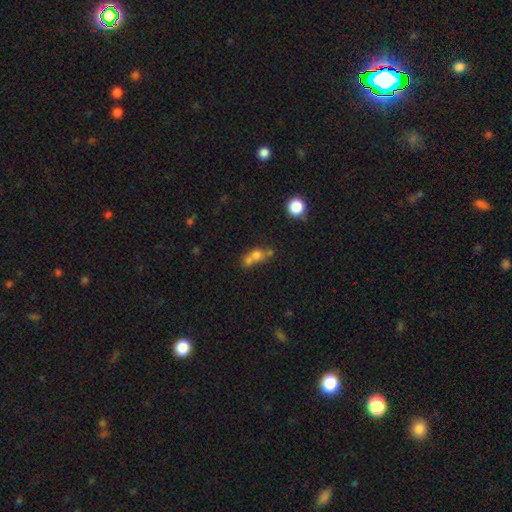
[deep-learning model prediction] The model was most divided on "how rounded": round: 60%, in between: 36%, cigar-shaped: 3%. More confident: smooth or featured — smooth (64%); merging — merger (59%).